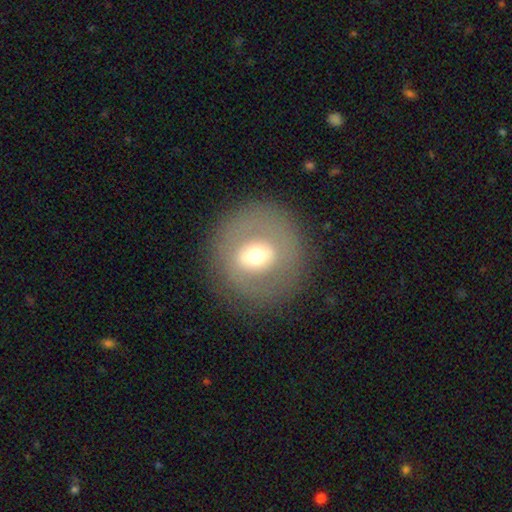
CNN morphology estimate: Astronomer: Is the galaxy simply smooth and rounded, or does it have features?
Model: smooth — 46% (runner-up: featured or disk, 44%).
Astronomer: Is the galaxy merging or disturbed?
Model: none — 82%.